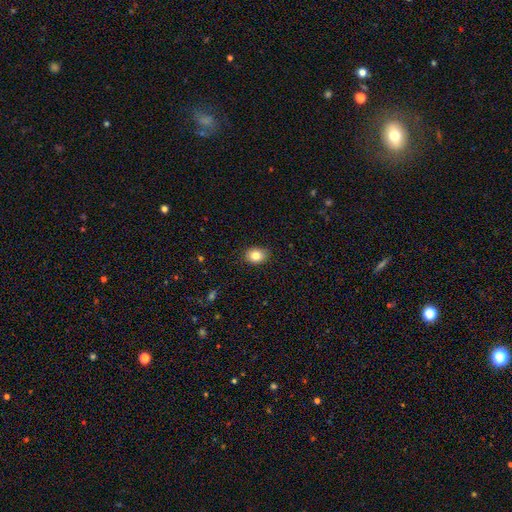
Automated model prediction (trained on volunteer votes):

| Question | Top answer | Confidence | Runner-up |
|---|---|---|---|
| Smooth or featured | smooth | 83% | star or artifact (9%) |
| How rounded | in between | 62% | round (37%) |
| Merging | none | 87% | minor disturbance (10%) |